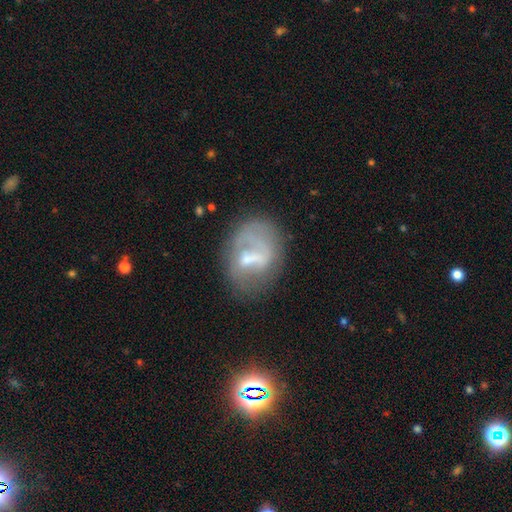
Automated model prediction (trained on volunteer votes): A featured or disk galaxy (55%) with a weak bar (43%), no spiral arms (54%) and a small central bulge (35%). Merging: none (51%).